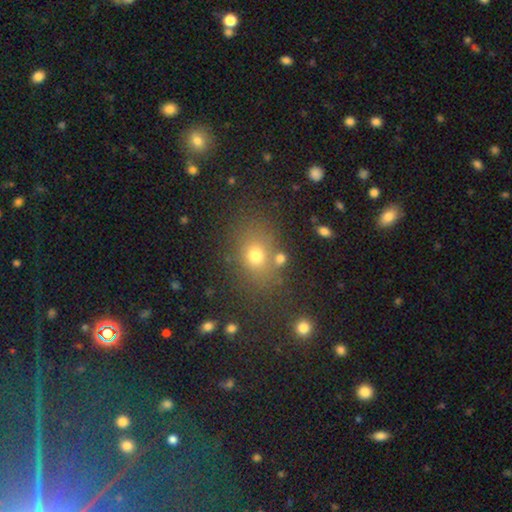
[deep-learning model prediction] smooth 71%, star or artifact 18%, featured or disk 11%. Down the decision tree: how rounded — in between (53%); merging — none (75%).